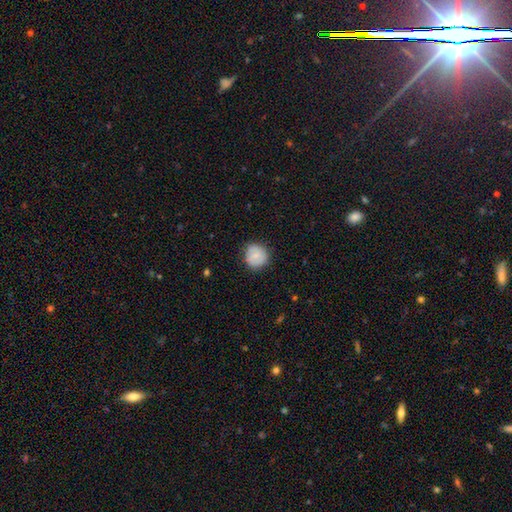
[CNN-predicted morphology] This is likely a smooth galaxy (72%). How rounded: clearly round (86%). Merging: likely none (79%).